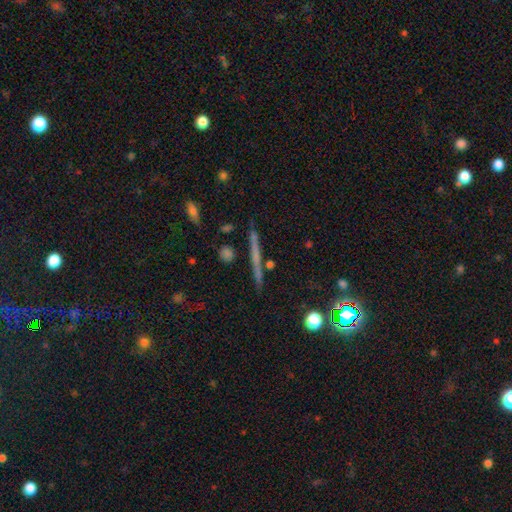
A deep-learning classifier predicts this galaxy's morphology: Overall: featured or disk (50%; smooth 28%). Edge-on disk: yes (94%). Merging: none (87%).